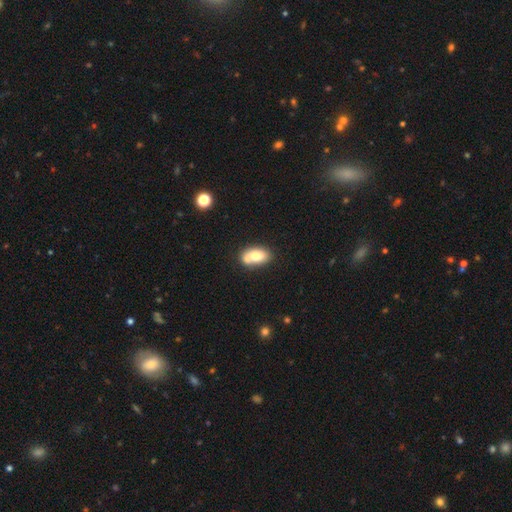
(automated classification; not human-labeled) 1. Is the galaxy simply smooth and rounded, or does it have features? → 73% smooth, 19% featured or disk, 8% star or artifact.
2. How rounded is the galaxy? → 88% in between, 10% round, 2% cigar-shaped.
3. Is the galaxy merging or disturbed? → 47% none, 32% merger, 16% minor disturbance, 5% major disturbance.